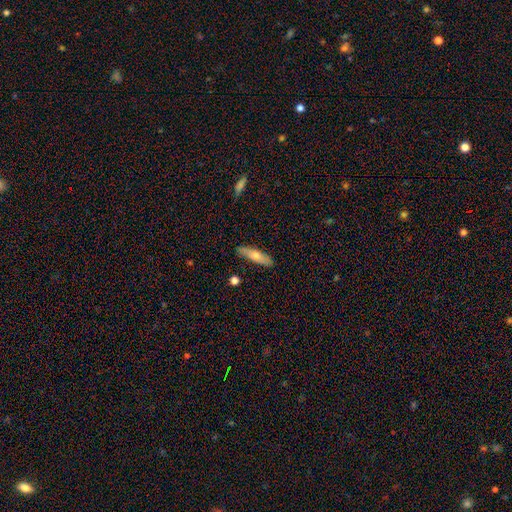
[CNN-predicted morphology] smooth_or_featured: smooth (p=0.71) [alt: featured or disk p=0.23]
how_rounded: cigar-shaped (p=0.67) [alt: in between p=0.31]
merging: none (p=0.85) [alt: minor disturbance p=0.11]